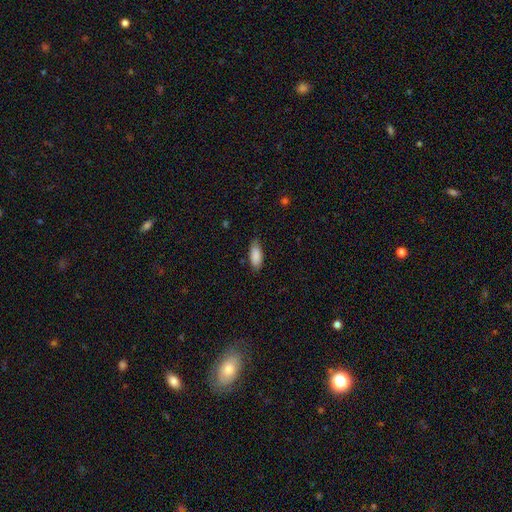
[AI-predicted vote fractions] Q: Smooth or featured?
A: smooth (88%); runner-up: star or artifact (6%)
Q: How rounded?
A: in between (82%); runner-up: cigar-shaped (16%)
Q: Merging?
A: none (79%); runner-up: minor disturbance (17%)